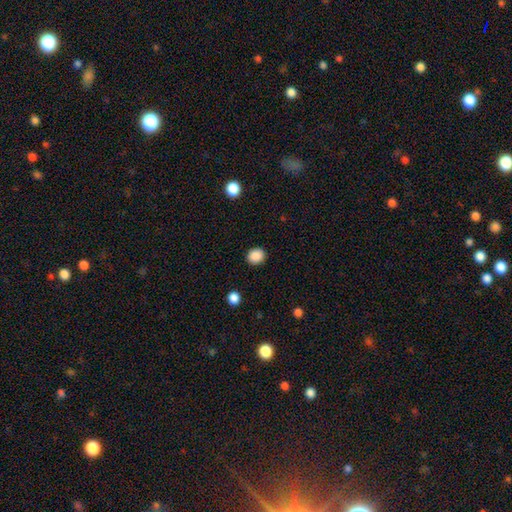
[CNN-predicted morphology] Smooth or featured? Predicted: smooth (p=0.88). How rounded? Predicted: round (p=0.74). Merging? Predicted: none (p=0.90).